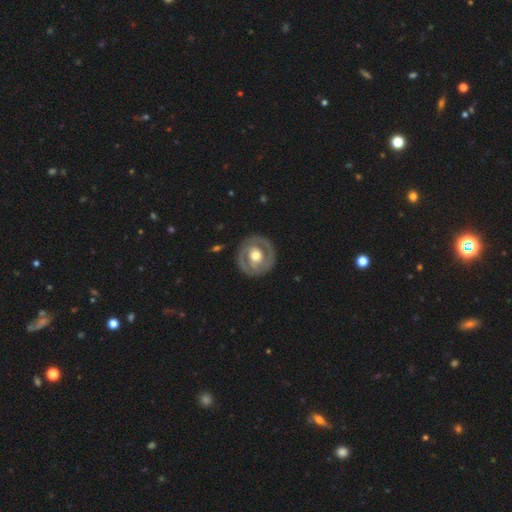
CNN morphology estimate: Smooth or featured? featured or disk (72%)
Edge-on disk? no (96%)
Bar? no (57%)
Spiral arms? yes (55%)
Bulge size? moderate (67%)
Merging? none (84%)